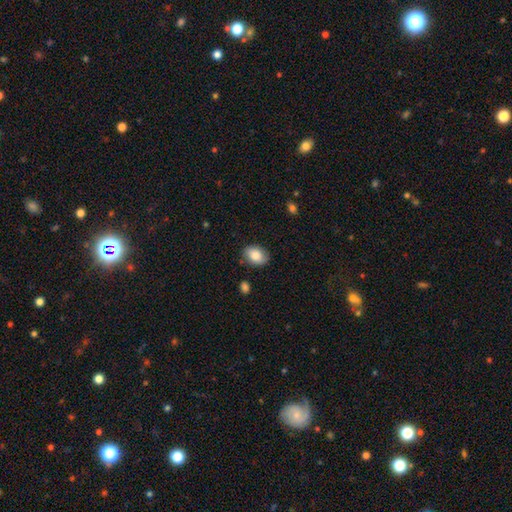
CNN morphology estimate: This appears to be a smooth galaxy with no disk features (83%) that is in between round and cigar-shaped (74%). Merging: none (80%).